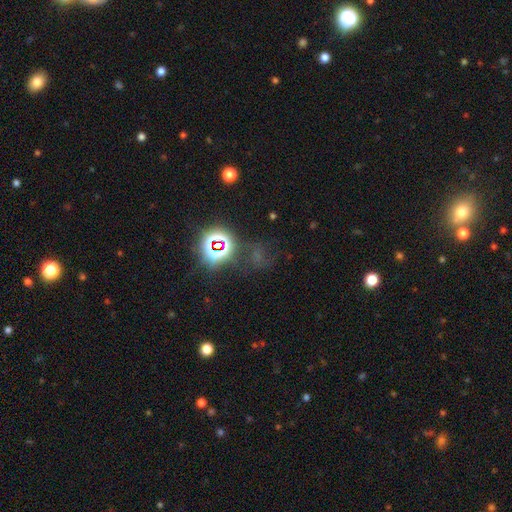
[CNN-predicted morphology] A star or artifact, not a galaxy (64%).

Vote fractions:
- Smooth or featured? star or artifact: 64% / smooth: 25% / featured or disk: 12%